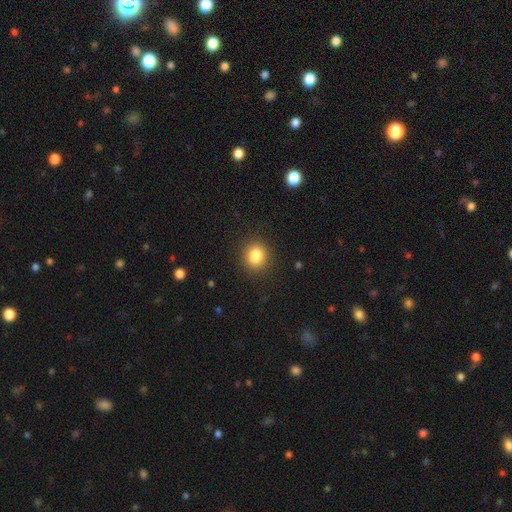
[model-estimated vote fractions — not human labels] A smooth galaxy with no disk features (83%) that is round (85%). Merging: none (90%).